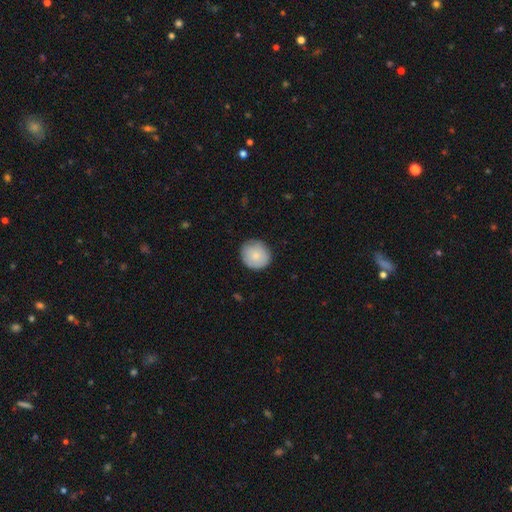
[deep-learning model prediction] Smooth or featured?
  - smooth: 82% *
  - featured or disk: 11%
  - star or artifact: 7%
How rounded?
  - round: 88% *
  - in between: 11%
  - cigar-shaped: 1%
Merging?
  - none: 84% *
  - minor disturbance: 13%
  - major disturbance: 2%
  - merger: 1%